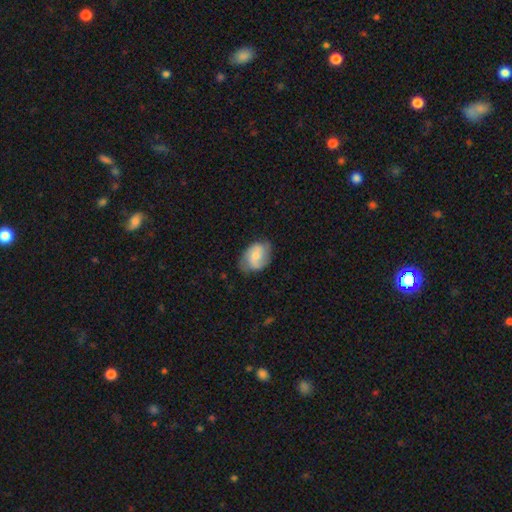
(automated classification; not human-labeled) This is possibly a smooth galaxy (55%). How rounded: likely in between (71%). Merging: likely none (63%).